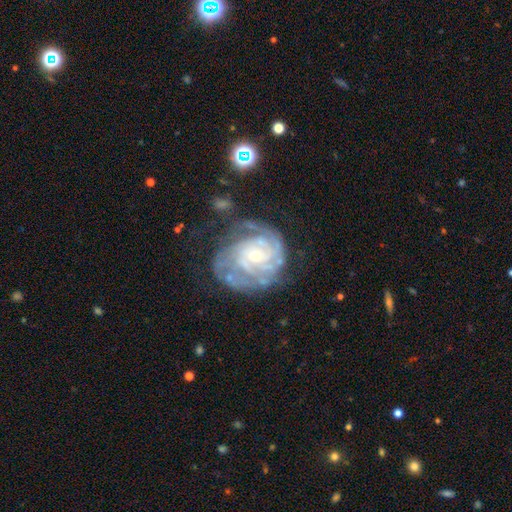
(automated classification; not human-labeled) Overall: featured or disk (87%). Edge-on disk: no (98%). Bar: no (66%; weak 28%). Spiral arms: yes (95%). Spiral arm count: can't tell (35%; 2 21%). Spiral winding: tight (70%). Bulge size: small (65%; moderate 30%). Merging: none (57%; minor disturbance 23%).